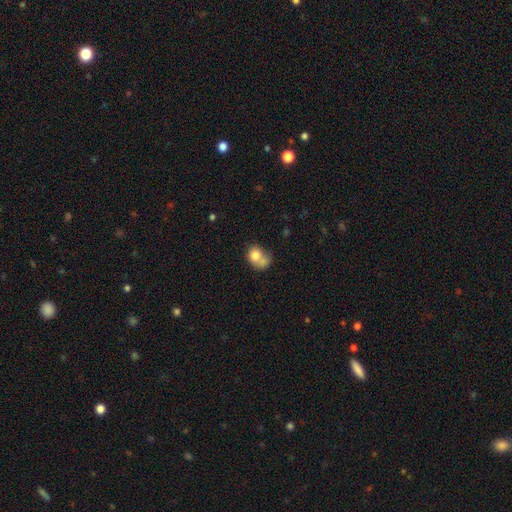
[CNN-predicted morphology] This is likely a smooth galaxy (74%). How rounded: possibly round (55%). Merging: possibly merger (54%).